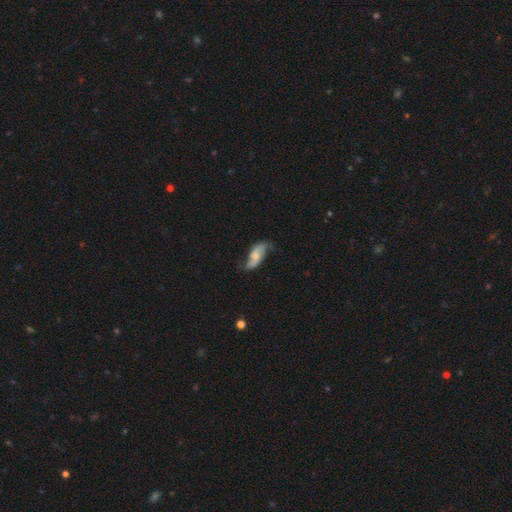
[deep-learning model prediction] This is likely a featured or disk galaxy (64%). It is clearly not viewed edge-on (92%). Bar: possibly no (52%). Spiral arm pattern: clearly yes (91%). Spiral arm count: clearly 2 (90%). Spiral winding: likely loose (73%). Central bulge: marginally small (38%). Merging: likely none (64%).